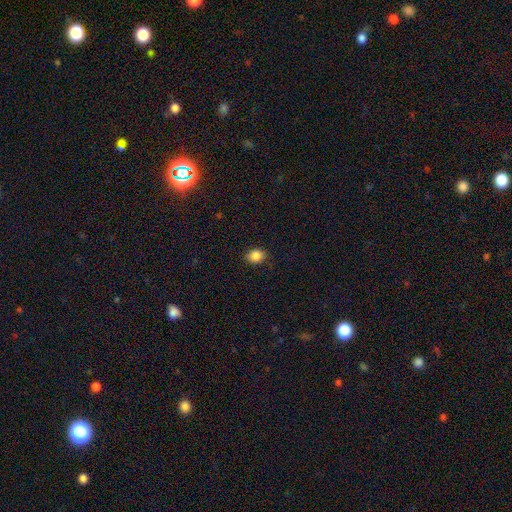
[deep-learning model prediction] A smooth galaxy with no disk features (86%) that is round (55%).

Vote fractions:
- Smooth or featured? smooth: 86% / star or artifact: 10% / featured or disk: 4%
- How rounded? round: 55% / in between: 44% / cigar-shaped: 1%
- Merging? none: 84% / minor disturbance: 12% / major disturbance: 3% / merger: 1%